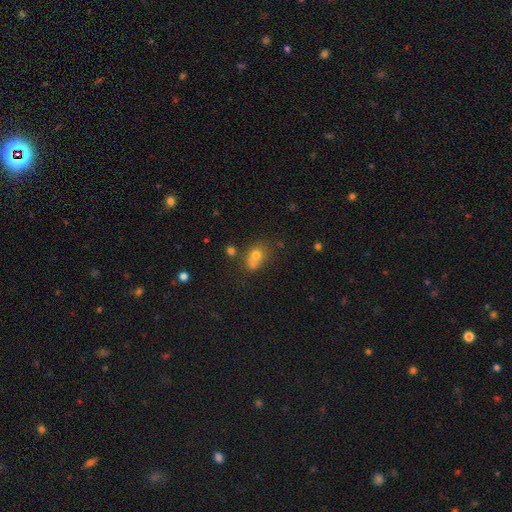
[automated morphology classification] A smooth galaxy with no disk features (68%) that is round (59%).

Vote fractions:
- Smooth or featured? smooth: 68% / featured or disk: 16% / star or artifact: 15%
- How rounded? round: 59% / in between: 40% / cigar-shaped: 1%
- Merging? merger: 47% / none: 36% / minor disturbance: 12% / major disturbance: 6%